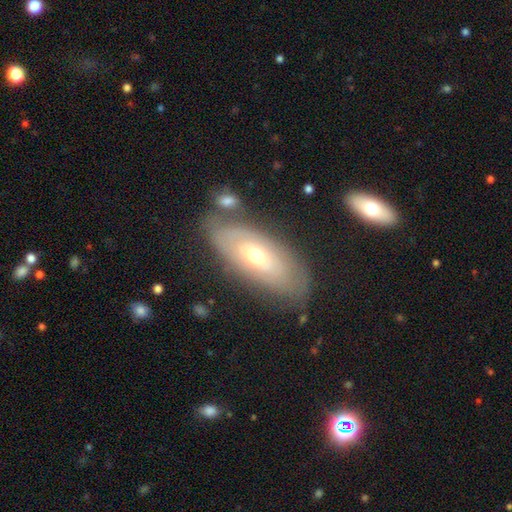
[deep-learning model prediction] Morphology: type=featured or disk (53%); edge-on=no (80%); merging=none (71%).